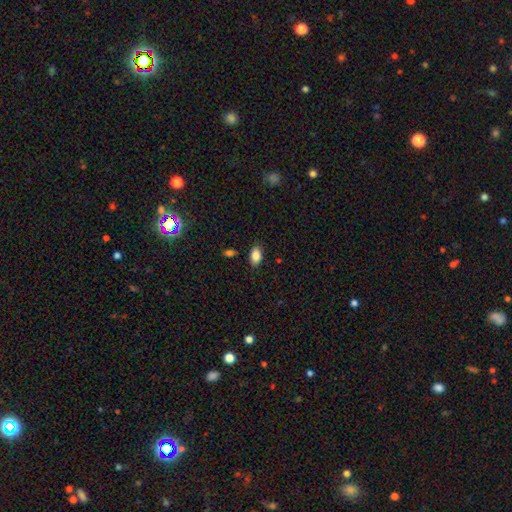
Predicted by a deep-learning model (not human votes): Smooth or featured?
  - smooth: 86% *
  - star or artifact: 8%
  - featured or disk: 5%
How rounded?
  - in between: 90% *
  - round: 8%
  - cigar-shaped: 2%
Merging?
  - none: 85% *
  - minor disturbance: 11%
  - major disturbance: 2%
  - merger: 2%